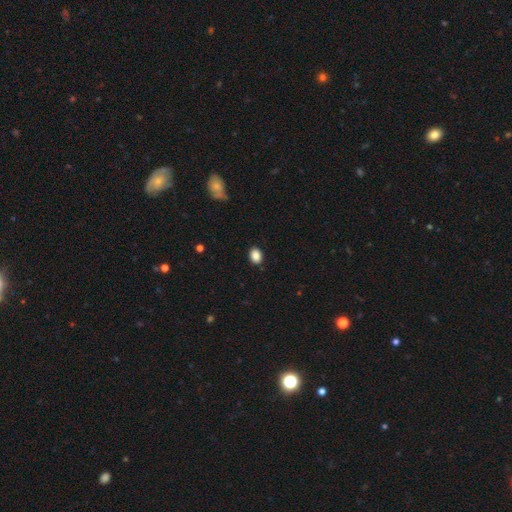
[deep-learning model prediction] Q: Smooth or featured?
A: smooth (88%); runner-up: star or artifact (9%)
Q: How rounded?
A: in between (69%); runner-up: round (30%)
Q: Merging?
A: none (89%); runner-up: minor disturbance (8%)